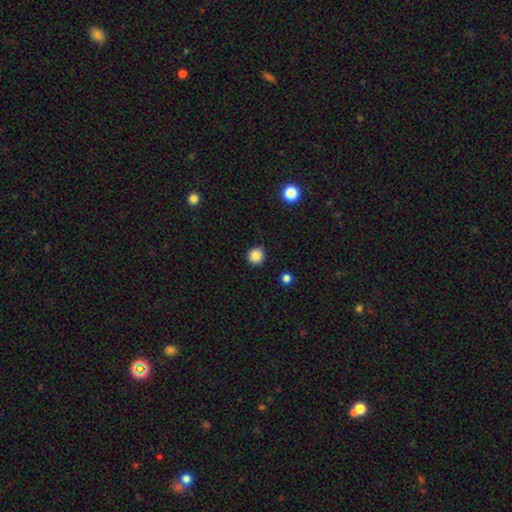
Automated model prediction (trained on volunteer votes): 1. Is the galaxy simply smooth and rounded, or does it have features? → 86% smooth, 11% star or artifact, 3% featured or disk.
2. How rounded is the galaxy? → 94% round, 5% in between, 1% cigar-shaped.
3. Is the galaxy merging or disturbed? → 90% none, 7% minor disturbance, 2% major disturbance, 1% merger.